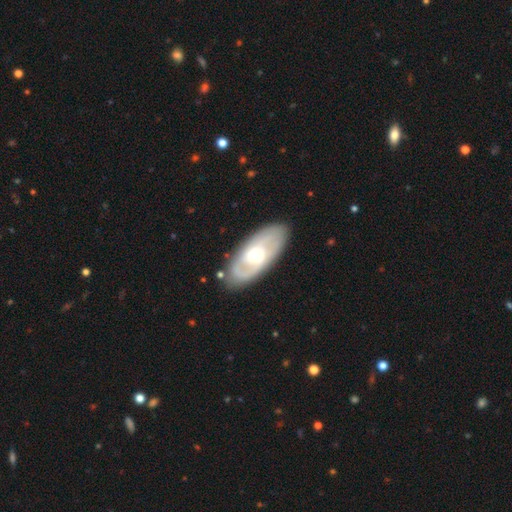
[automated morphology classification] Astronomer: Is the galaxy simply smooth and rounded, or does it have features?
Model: featured or disk — 65%.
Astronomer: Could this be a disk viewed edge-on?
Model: no — 89%.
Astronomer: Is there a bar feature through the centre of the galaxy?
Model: no — 59%.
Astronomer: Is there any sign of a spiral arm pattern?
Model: yes — 66%.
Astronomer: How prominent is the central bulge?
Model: moderate — 66%.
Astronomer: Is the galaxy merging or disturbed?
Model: none — 84%.